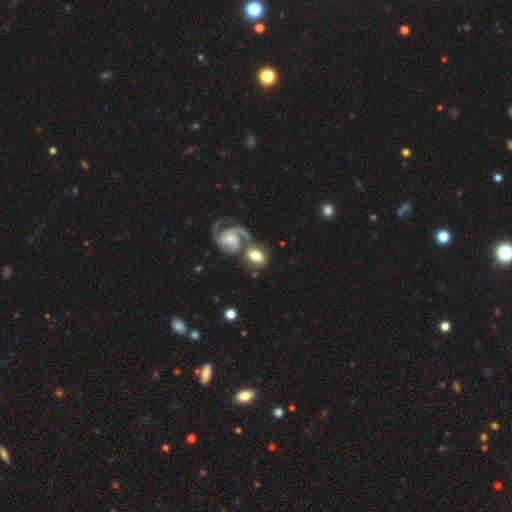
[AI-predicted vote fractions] This appears to be a smooth galaxy with no disk features (49%). Merging: none (40%).